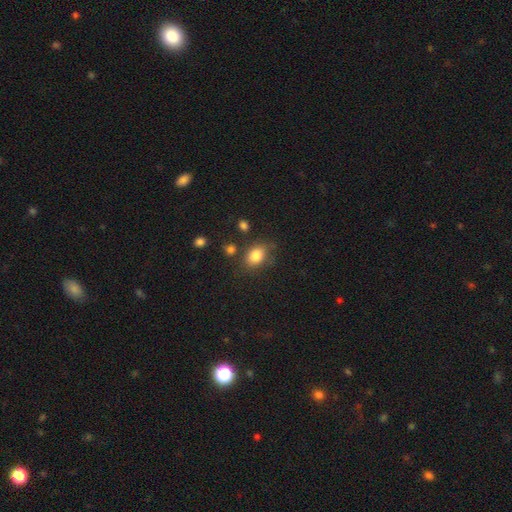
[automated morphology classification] Smooth or featured? Predicted: smooth (p=0.82). How rounded? Predicted: in between (p=0.67). Merging? Predicted: none (p=0.73).